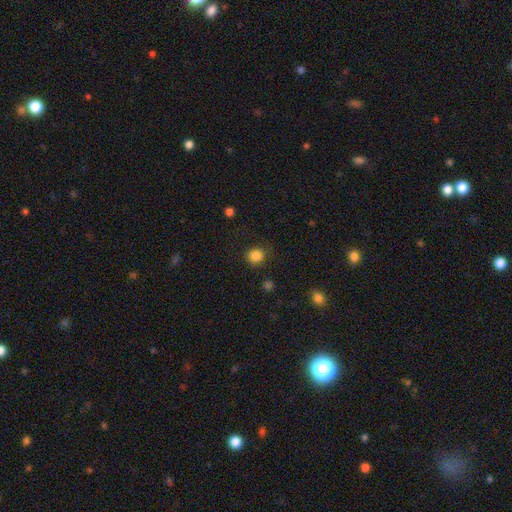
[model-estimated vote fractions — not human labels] smooth-or-featured: smooth: 85% | star or artifact: 11% | featured or disk: 4%
  how-rounded: round: 87% | in between: 12% | cigar-shaped: 1%
  merging: none: 84% | minor disturbance: 11% | major disturbance: 4% | merger: 2%